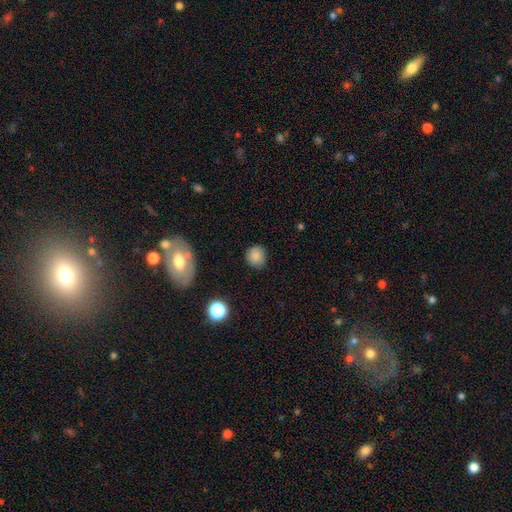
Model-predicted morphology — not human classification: Smooth or featured? Predicted: smooth (p=0.85). How rounded? Predicted: round (p=0.89). Merging? Predicted: none (p=0.86).